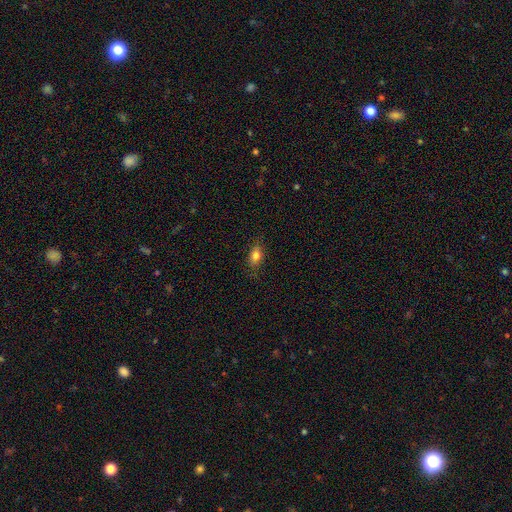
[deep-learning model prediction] smooth_or_featured: smooth (p=0.81) [alt: featured or disk p=0.10]
how_rounded: in between (p=0.83) [alt: round p=0.11]
merging: none (p=0.81) [alt: minor disturbance p=0.15]